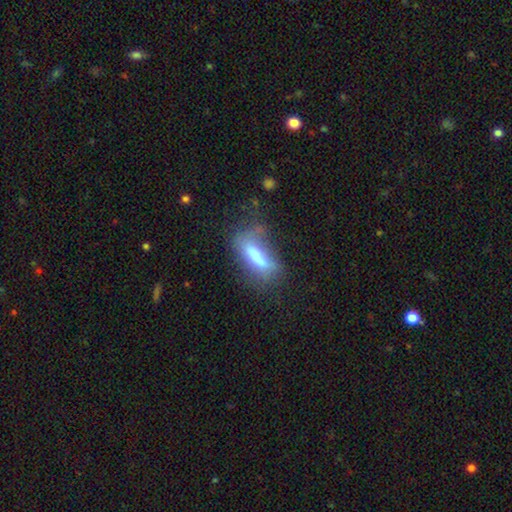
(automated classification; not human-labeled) A smooth galaxy with no disk features (65%) that is cigar-shaped (52%).

Vote fractions:
- Smooth or featured? smooth: 65% / featured or disk: 26% / star or artifact: 9%
- How rounded? cigar-shaped: 52% / in between: 46% / round: 3%
- Merging? none: 40% / minor disturbance: 29% / major disturbance: 25% / merger: 6%